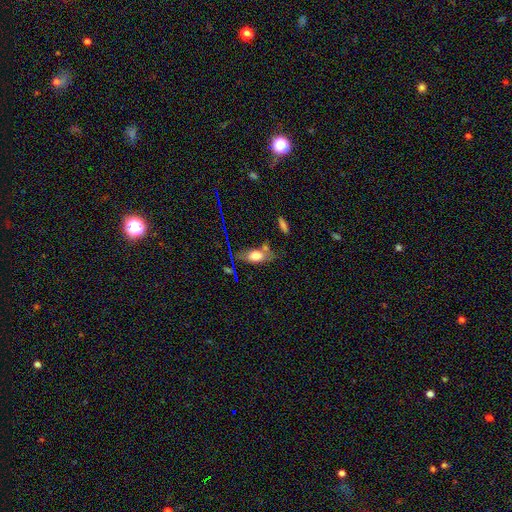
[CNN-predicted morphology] Smooth or featured?
  - smooth: 63% *
  - featured or disk: 25%
  - star or artifact: 12%
How rounded?
  - in between: 78% *
  - cigar-shaped: 13%
  - round: 8%
Merging?
  - none: 60% *
  - minor disturbance: 20%
  - merger: 12%
  - major disturbance: 8%